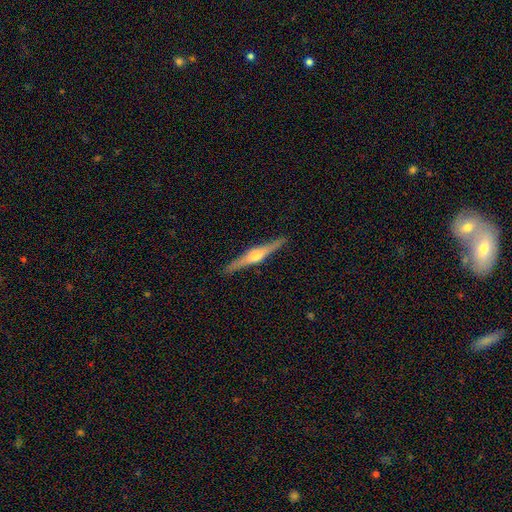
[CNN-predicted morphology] smooth-or-featured: featured or disk: 78% | smooth: 17% | star or artifact: 5%
  disk-edge-on: yes: 98% | no: 2%
    edge-on-bulge: rounded: 89% | boxy: 7% | none: 4%
  merging: none: 91% | minor disturbance: 7% | major disturbance: 1% | merger: 1%